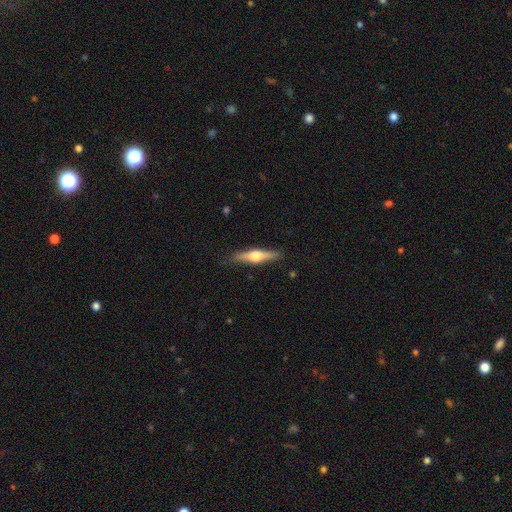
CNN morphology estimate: A featured or disk galaxy (63%) viewed edge-on (96%) with a rounded central bulge (94%).

Vote fractions:
- Smooth or featured? featured or disk: 63% / smooth: 32% / star or artifact: 5%
- Edge-on disk? yes: 96% / no: 4%
- Edge-on bulge? rounded: 94% / boxy: 4% / none: 2%
- Merging? none: 87% / minor disturbance: 10% / major disturbance: 2% / merger: 1%